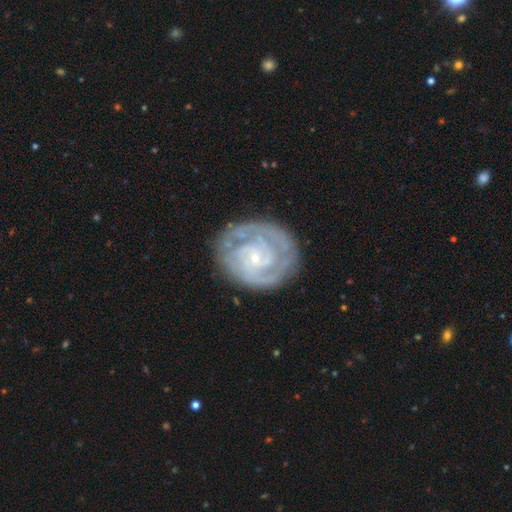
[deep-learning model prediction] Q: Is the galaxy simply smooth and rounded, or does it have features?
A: featured or disk — 85%.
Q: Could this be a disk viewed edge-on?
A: no — 97%.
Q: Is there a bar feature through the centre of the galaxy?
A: no — 65%.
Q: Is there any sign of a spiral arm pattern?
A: yes — 96%.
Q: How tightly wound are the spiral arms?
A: tight — 75%.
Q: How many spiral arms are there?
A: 2 — 42%.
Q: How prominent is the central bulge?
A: small — 82%.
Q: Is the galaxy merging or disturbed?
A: none — 79%.